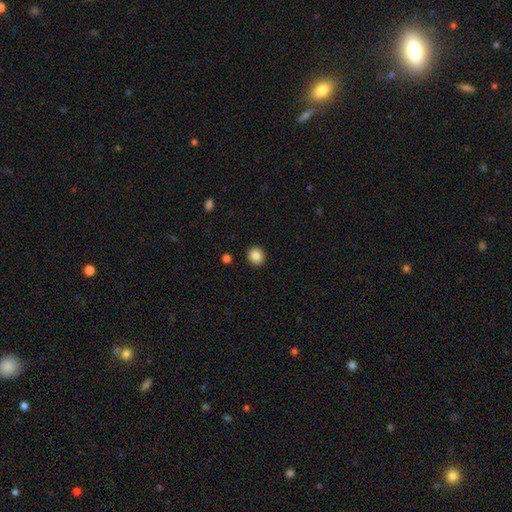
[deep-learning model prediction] This appears to be a smooth galaxy with no disk features (86%) that is round (84%). Merging: none (92%).